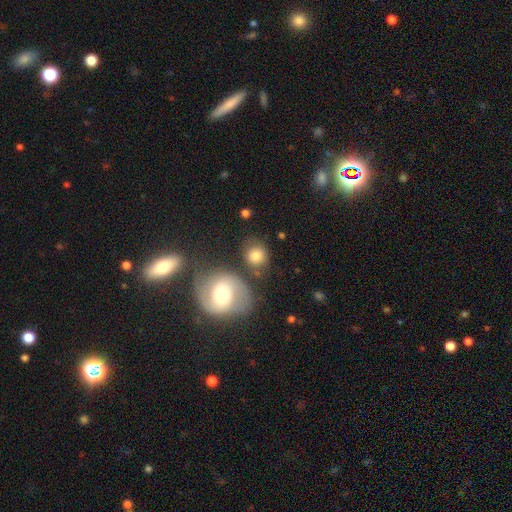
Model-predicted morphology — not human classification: A smooth galaxy with no disk features (77%) that is round (77%). Merging: none (64%).